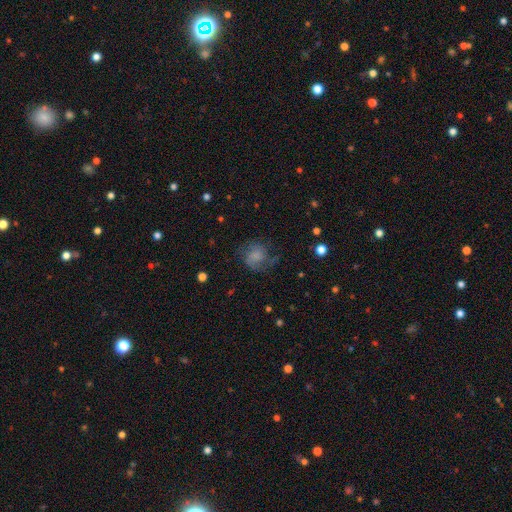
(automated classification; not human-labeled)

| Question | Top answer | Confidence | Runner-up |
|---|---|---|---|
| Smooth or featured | smooth | 50% | featured or disk (40%) |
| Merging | none | 53% | minor disturbance (23%) |